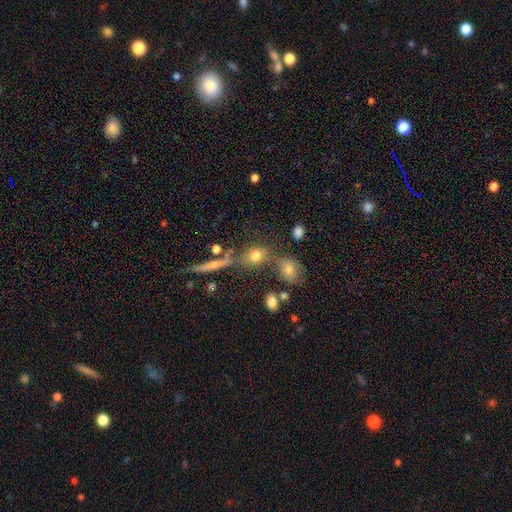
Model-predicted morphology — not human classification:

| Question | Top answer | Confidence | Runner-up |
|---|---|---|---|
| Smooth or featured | smooth | 72% | featured or disk (14%) |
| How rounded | in between | 52% | round (42%) |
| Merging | none | 61% | merger (18%) |